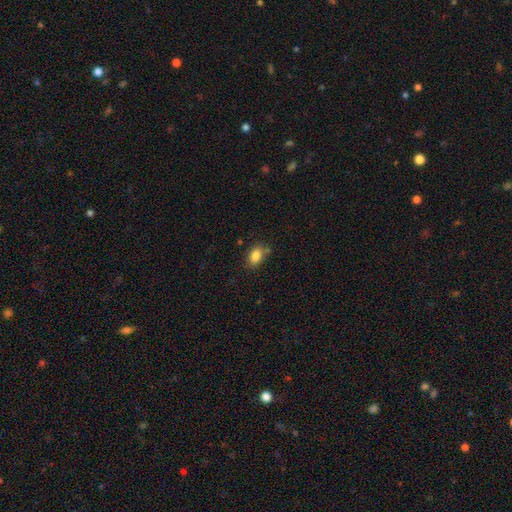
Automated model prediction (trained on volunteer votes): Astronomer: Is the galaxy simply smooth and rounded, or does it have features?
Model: smooth — 83%.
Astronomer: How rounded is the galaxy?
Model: in between — 80%.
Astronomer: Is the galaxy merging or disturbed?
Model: none — 69%.